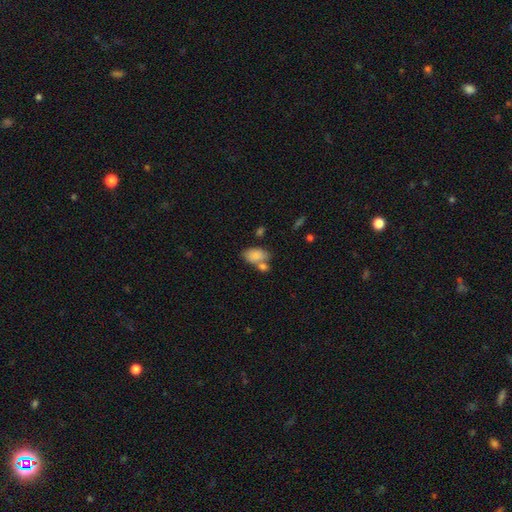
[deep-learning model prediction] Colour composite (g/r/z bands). It shows a smooth galaxy with no disk features (83%) that is in between round and cigar-shaped (90%). Merging: none (46%).